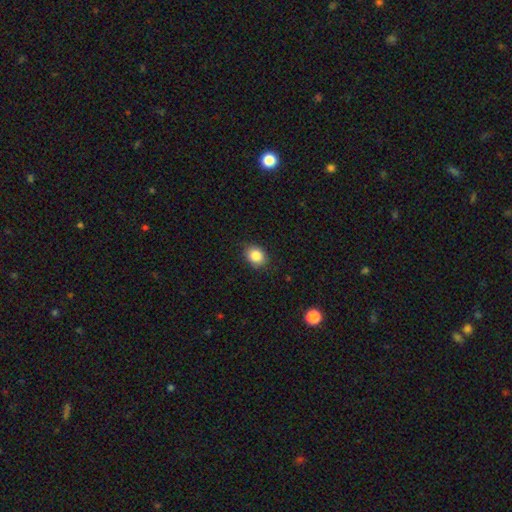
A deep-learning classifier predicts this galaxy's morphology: This appears to be a smooth galaxy with no disk features (85%) that is round (55%). Merging: none (86%).